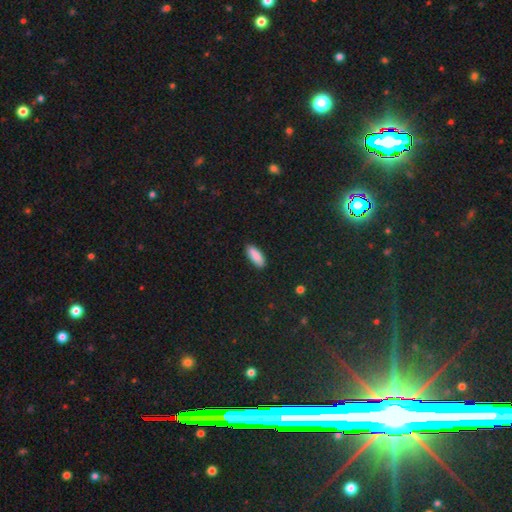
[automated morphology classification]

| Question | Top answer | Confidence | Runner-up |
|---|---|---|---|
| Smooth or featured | smooth | 90% | star or artifact (6%) |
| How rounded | in between | 75% | cigar-shaped (23%) |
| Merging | none | 89% | minor disturbance (9%) |